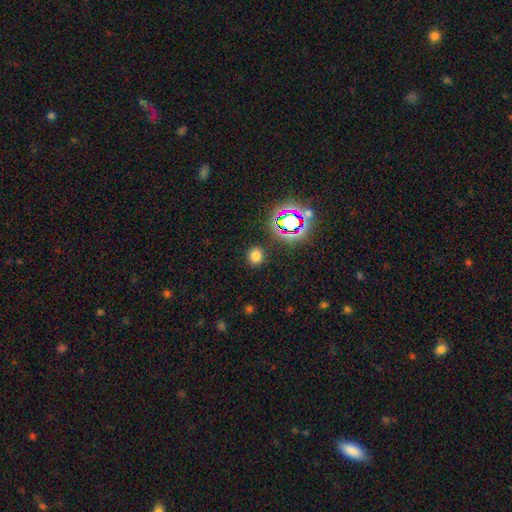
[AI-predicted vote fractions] Smooth or featured? Predicted: smooth (p=0.73). How rounded? Predicted: round (p=0.80). Merging? Predicted: none (p=0.88).